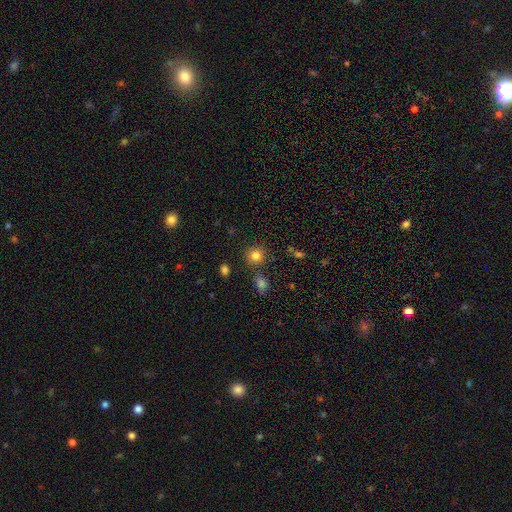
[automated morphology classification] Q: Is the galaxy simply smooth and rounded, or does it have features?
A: smooth — 82%.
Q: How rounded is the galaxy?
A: round — 90%.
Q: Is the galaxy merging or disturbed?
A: none — 83%.